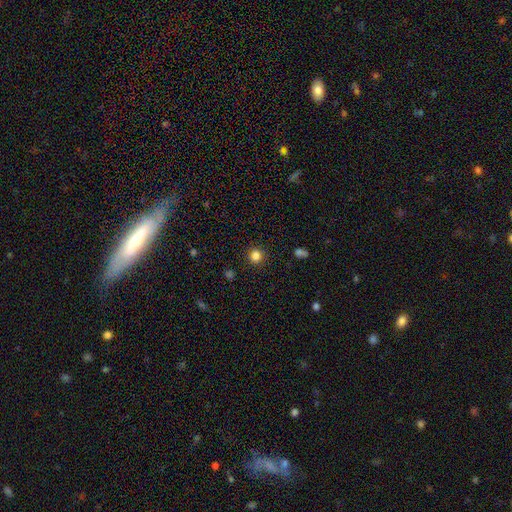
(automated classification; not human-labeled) A smooth galaxy with no disk features (83%) that is round (93%). Merging: none (91%).